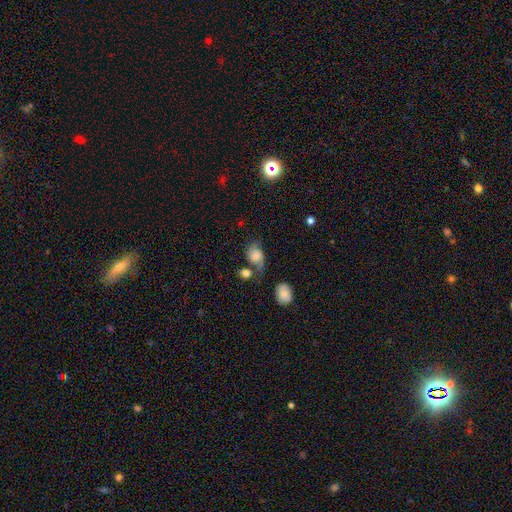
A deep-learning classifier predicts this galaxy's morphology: This is possibly a smooth galaxy (51%). How rounded: likely in between (62%). Merging: marginally none (35%).